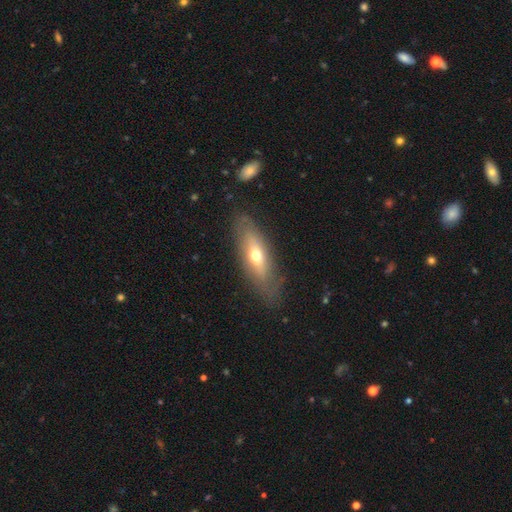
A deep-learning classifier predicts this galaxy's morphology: Q: Smooth or featured?
A: smooth (51%); runner-up: featured or disk (42%)
Q: How rounded?
A: in between (57%); runner-up: cigar-shaped (39%)
Q: Merging?
A: none (79%); runner-up: minor disturbance (14%)